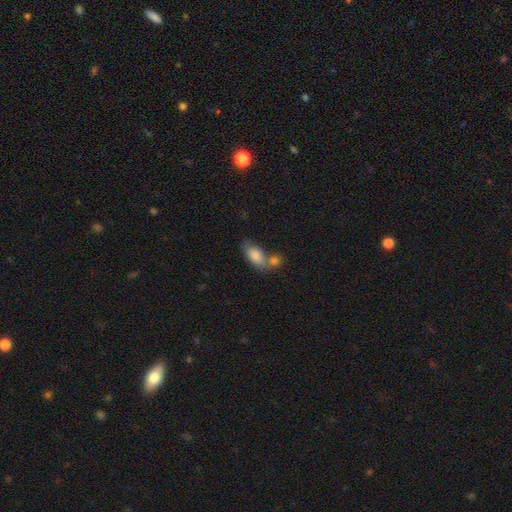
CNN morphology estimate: Smooth or featured: smooth — 82% (featured or disk — 12%)
How rounded: in between — 89% (cigar-shaped — 6%)
Merging: merger — 45% (none — 34%)